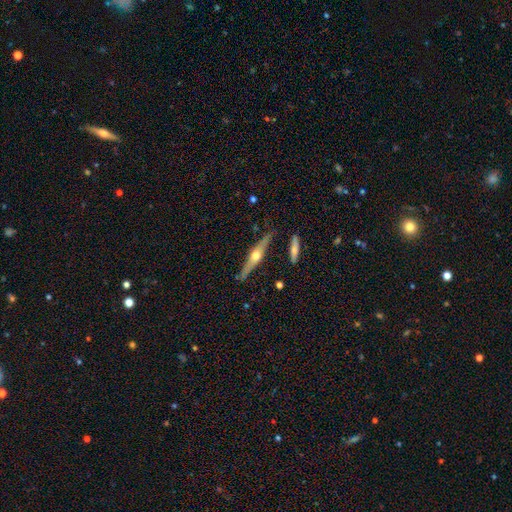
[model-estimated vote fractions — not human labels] This is likely a featured or disk galaxy (71%). It is clearly viewed edge-on (96%). Edge-on bulge: clearly rounded (94%). Merging: clearly none (84%).